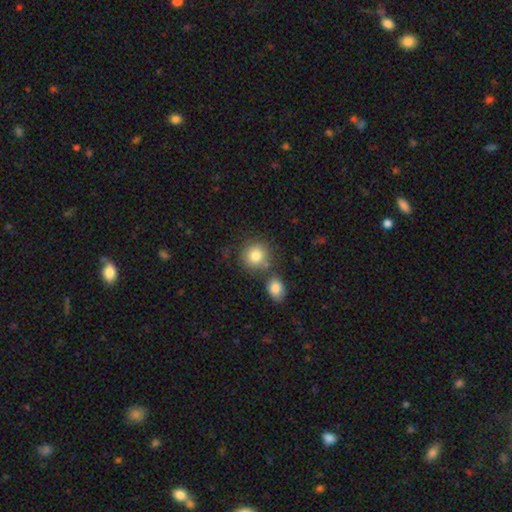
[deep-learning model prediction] The model was most divided on "merging": none: 64%, merger: 21%, minor disturbance: 12%, major disturbance: 4%. More confident: how rounded — round (85%); smooth or featured — smooth (82%).